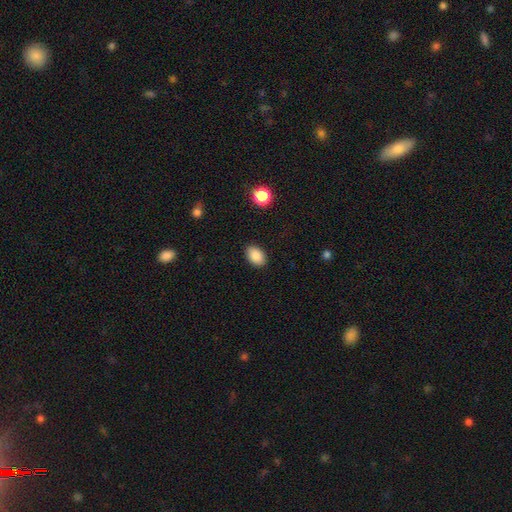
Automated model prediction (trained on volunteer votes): smooth_or_featured: smooth (p=0.88) [alt: star or artifact p=0.08]
how_rounded: in between (p=0.85) [alt: round p=0.14]
merging: none (p=0.88) [alt: minor disturbance p=0.08]